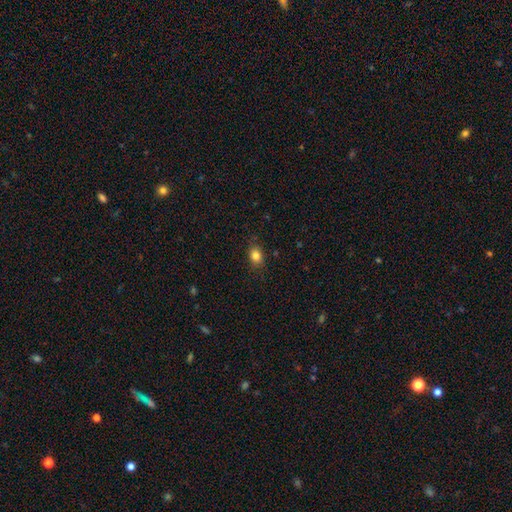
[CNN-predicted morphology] smooth-or-featured: smooth: 83% | star or artifact: 11% | featured or disk: 6%
  how-rounded: in between: 64% | round: 35% | cigar-shaped: 2%
  merging: none: 83% | minor disturbance: 13% | major disturbance: 3% | merger: 1%